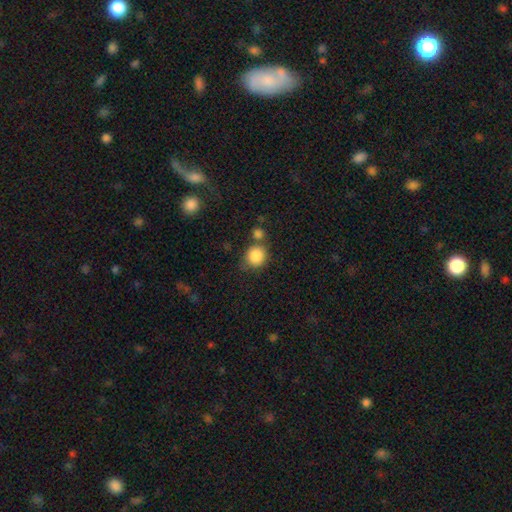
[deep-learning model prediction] Overall: smooth (87%). How rounded: round (85%). Merging: none (63%).